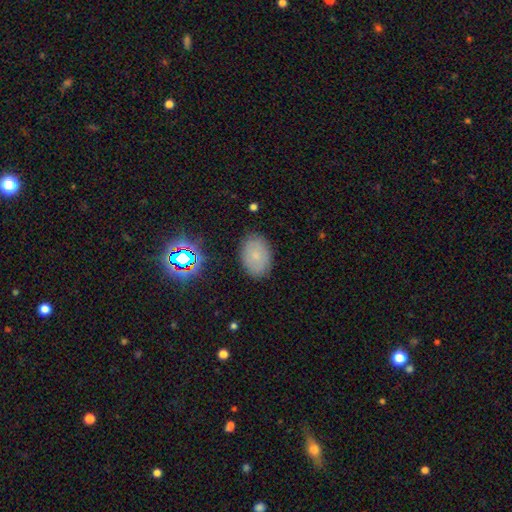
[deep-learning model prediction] Smooth or featured?
  - smooth: 72% *
  - featured or disk: 14%
  - star or artifact: 14%
How rounded?
  - in between: 81% *
  - round: 18%
  - cigar-shaped: 1%
Merging?
  - none: 85% *
  - minor disturbance: 11%
  - major disturbance: 3%
  - merger: 1%